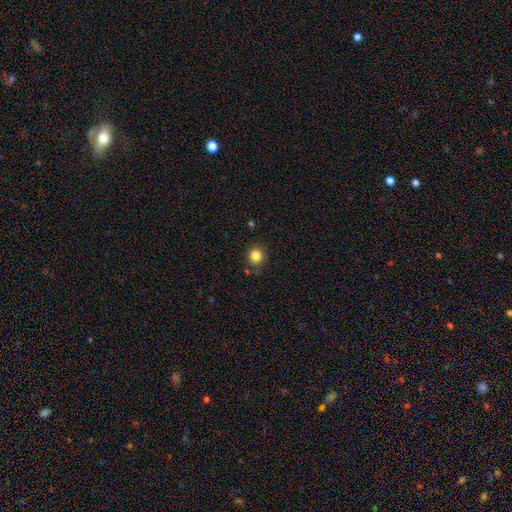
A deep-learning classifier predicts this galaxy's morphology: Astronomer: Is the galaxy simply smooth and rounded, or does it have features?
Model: smooth — 83%.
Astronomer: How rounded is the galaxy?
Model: round — 88%.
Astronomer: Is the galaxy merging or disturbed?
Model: none — 85%.